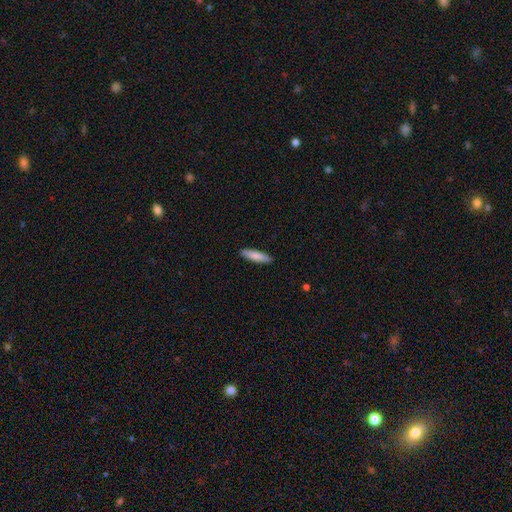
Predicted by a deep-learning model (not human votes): smooth_or_featured: smooth (p=0.83) [alt: featured or disk p=0.12]
how_rounded: cigar-shaped (p=0.74) [alt: in between p=0.25]
merging: none (p=0.90) [alt: minor disturbance p=0.08]